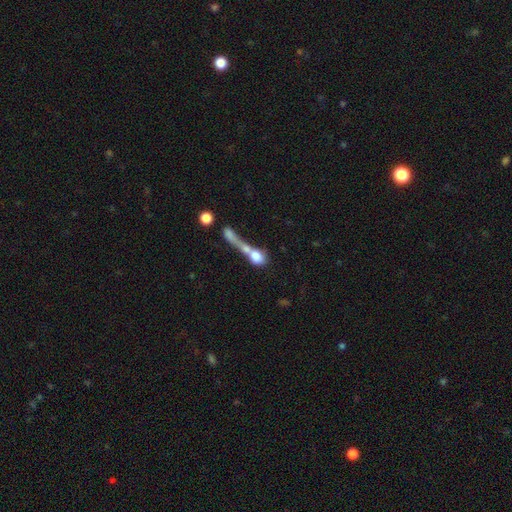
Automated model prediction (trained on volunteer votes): Smooth or featured? Predicted: smooth (p=0.67). How rounded? Predicted: round (p=0.44). Merging? Predicted: merger (p=0.60).